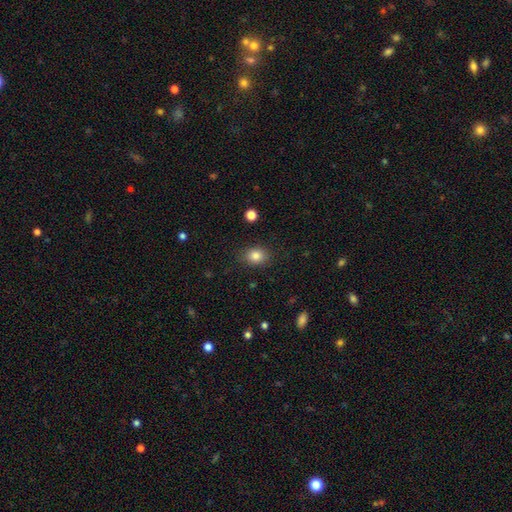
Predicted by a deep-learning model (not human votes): A smooth galaxy with no disk features (84%) that is in between round and cigar-shaped (50%).

Vote fractions:
- Smooth or featured? smooth: 84% / star or artifact: 10% / featured or disk: 6%
- How rounded? in between: 50% / round: 49% / cigar-shaped: 1%
- Merging? none: 86% / minor disturbance: 9% / major disturbance: 3% / merger: 1%